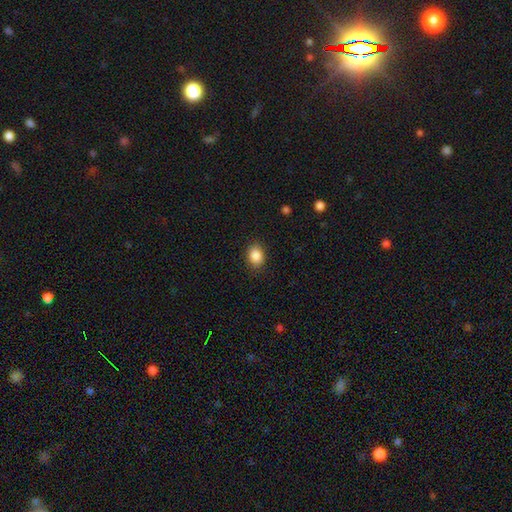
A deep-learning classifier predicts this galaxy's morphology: Q: Smooth or featured?
A: smooth (87%); runner-up: star or artifact (9%)
Q: How rounded?
A: in between (58%); runner-up: round (41%)
Q: Merging?
A: none (88%); runner-up: minor disturbance (8%)